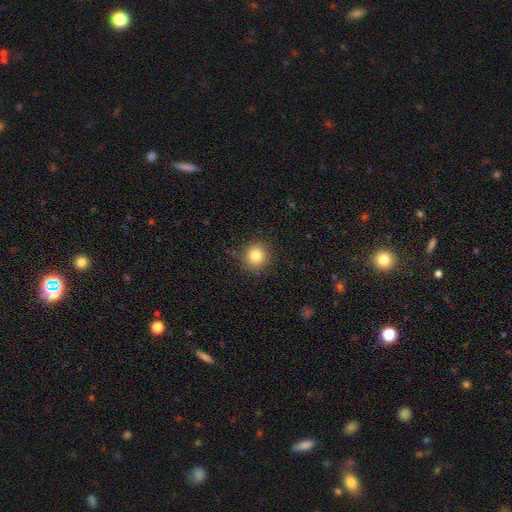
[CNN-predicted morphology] Overall: smooth (81%). How rounded: round (90%). Merging: none (88%).